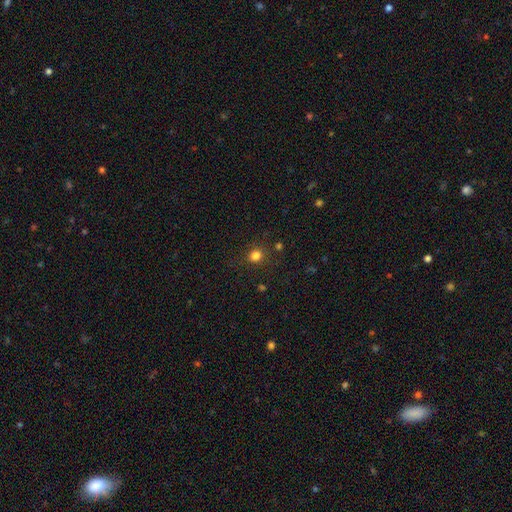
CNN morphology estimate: Overall: smooth (80%). How rounded: round (67%; in between 32%). Merging: none (82%).